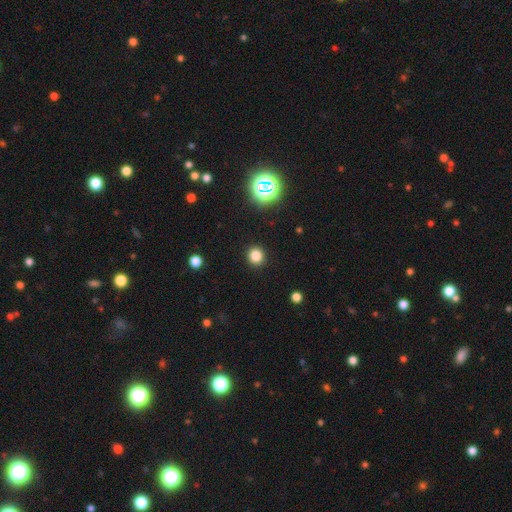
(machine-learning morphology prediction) Overall: smooth (80%). How rounded: round (89%). Merging: none (91%).